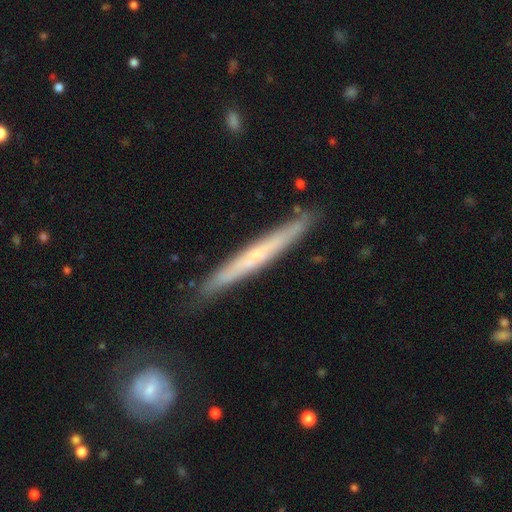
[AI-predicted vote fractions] This is possibly a featured or disk galaxy (59%). It is clearly viewed edge-on (92%). Edge-on bulge: likely none (62%). Merging: clearly none (84%).